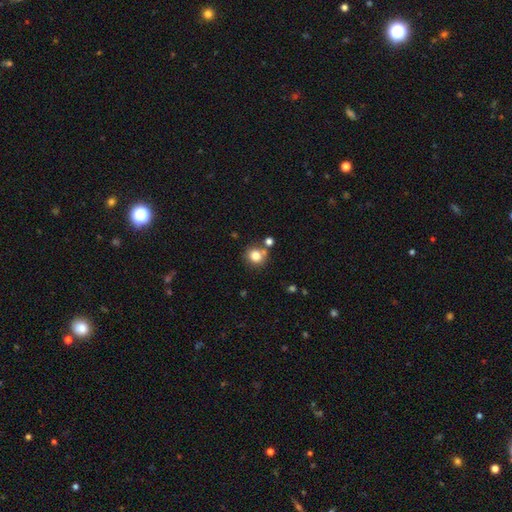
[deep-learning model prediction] A smooth galaxy with no disk features (80%) that is round (85%). Merging: none (67%).